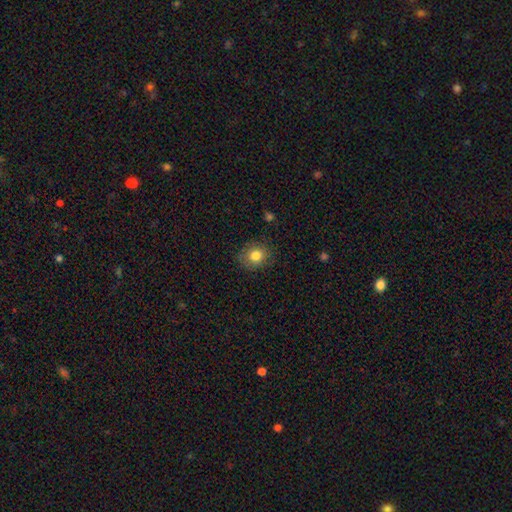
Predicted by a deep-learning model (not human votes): smooth_or_featured: smooth (p=0.81) [alt: star or artifact p=0.10]
how_rounded: round (p=0.69) [alt: in between p=0.30]
merging: none (p=0.83) [alt: minor disturbance p=0.13]